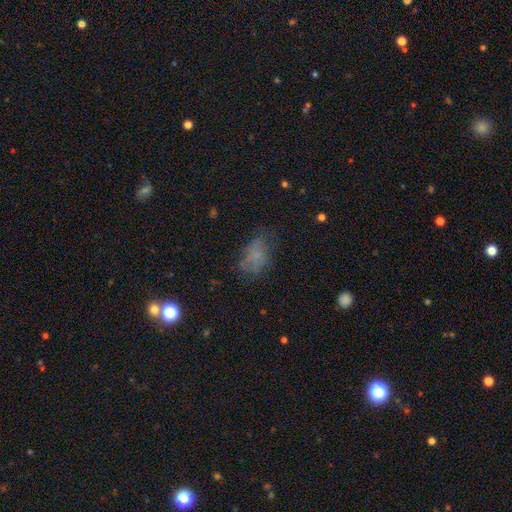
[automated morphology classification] type=smooth (59%); roundness=in between (84%); merging=none (53%).